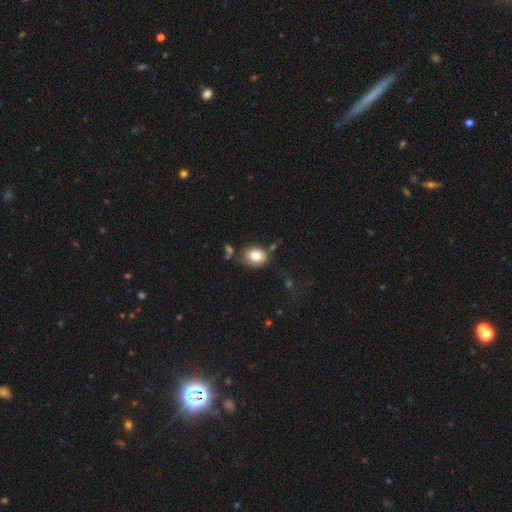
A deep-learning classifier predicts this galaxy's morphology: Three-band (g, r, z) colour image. It shows a smooth galaxy with no disk features (80%) that is in between round and cigar-shaped (55%). Merging: none (70%).